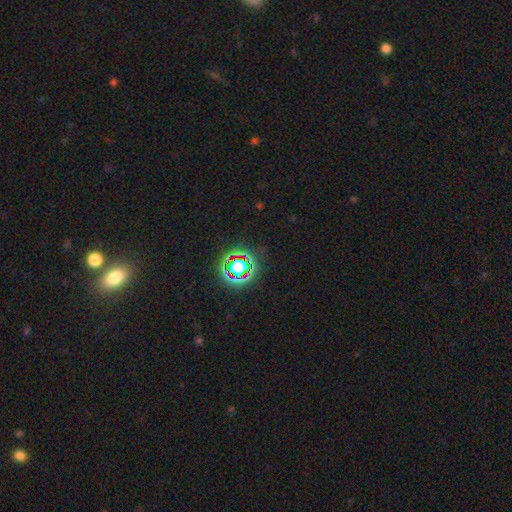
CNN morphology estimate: The model was most divided on "smooth or featured": star or artifact: 76%, smooth: 15%, featured or disk: 9%.